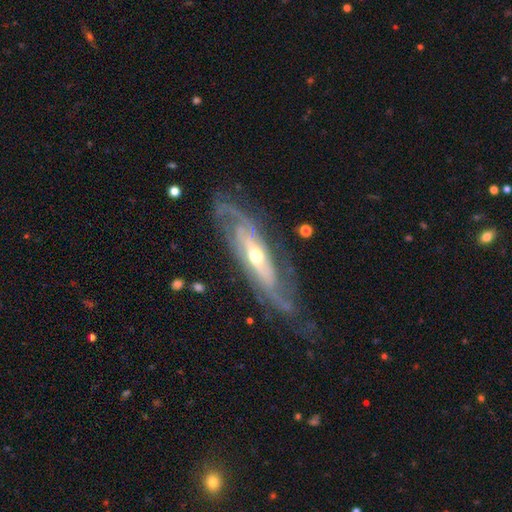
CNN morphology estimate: Overall: featured or disk (87%). Edge-on disk: no (79%). Bar: no (60%; weak 26%). Spiral arms: yes (93%). Spiral arm count: can't tell (35%; 2 33%). Spiral winding: tight (54%; medium 34%). Bulge size: moderate (65%; small 27%). Merging: none (66%).